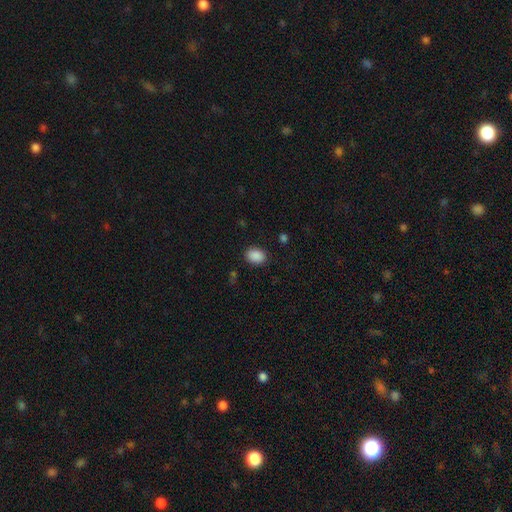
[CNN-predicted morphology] type=smooth (89%); roundness=in between (73%); merging=none (86%).